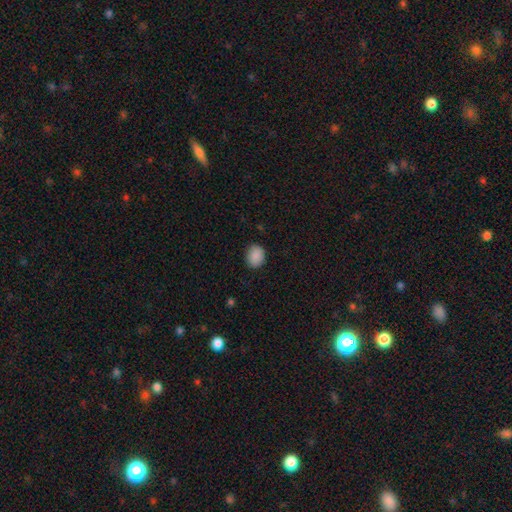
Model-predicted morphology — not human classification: smooth_or_featured: smooth (p=0.89) [alt: star or artifact p=0.08]
how_rounded: round (p=0.50) [alt: in between p=0.49]
merging: none (p=0.86) [alt: minor disturbance p=0.10]